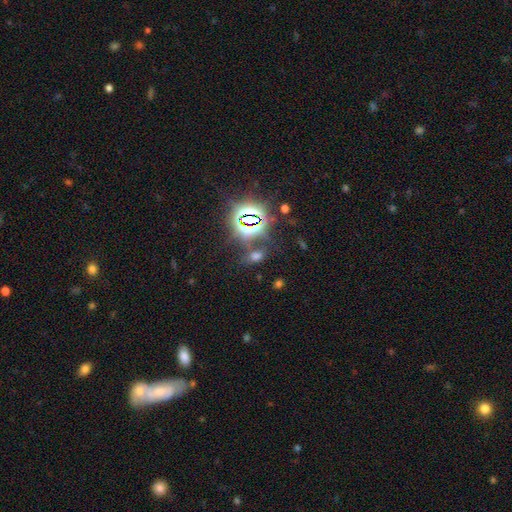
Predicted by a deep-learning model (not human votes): smooth-or-featured: star or artifact: 48% | smooth: 44% | featured or disk: 8%